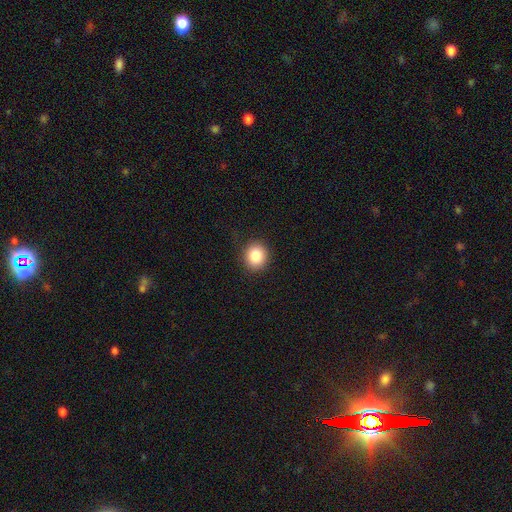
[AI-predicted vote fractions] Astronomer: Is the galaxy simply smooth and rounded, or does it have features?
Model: smooth — 87%.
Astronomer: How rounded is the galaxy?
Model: round — 81%.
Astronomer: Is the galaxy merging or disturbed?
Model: none — 87%.